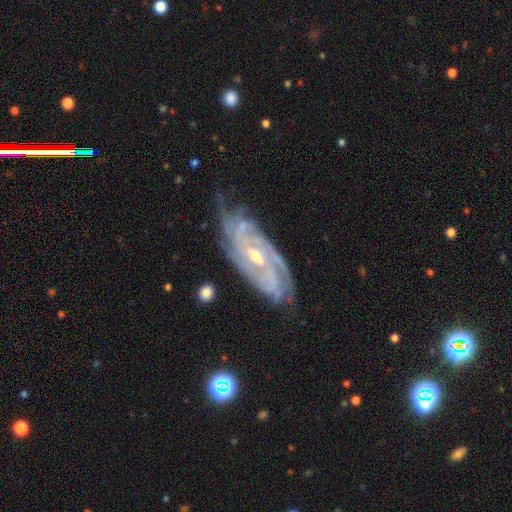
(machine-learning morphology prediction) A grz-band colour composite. It shows a featured or disk galaxy (90%) with a weak bar (41%), 4 (24%, tied with can't tell) tight (71%) spiral arms (98%) and a small central bulge (52%). Merging: none (68%).